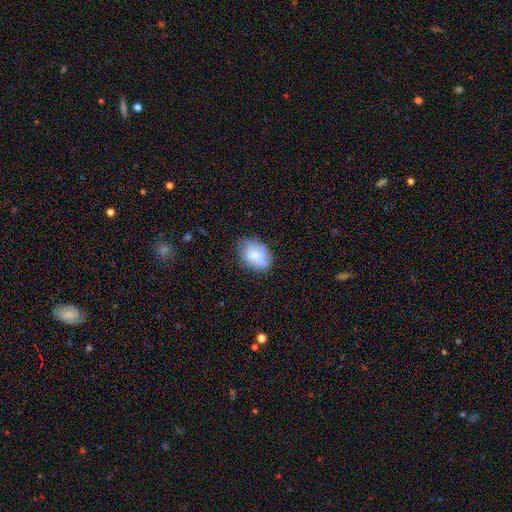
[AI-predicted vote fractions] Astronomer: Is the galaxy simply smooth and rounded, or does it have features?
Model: smooth — 71%.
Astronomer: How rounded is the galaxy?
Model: in between — 76%.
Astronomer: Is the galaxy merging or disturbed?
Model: none — 61%.